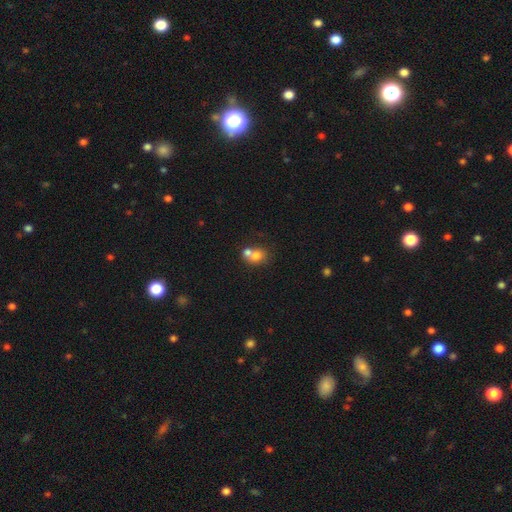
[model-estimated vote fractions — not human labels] Overall: smooth (72%). How rounded: round (65%; in between 34%). Merging: merger (60%; none 30%).